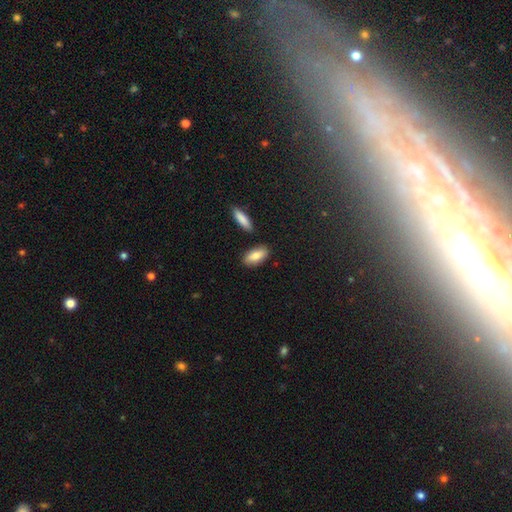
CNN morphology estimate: The model was most divided on "smooth or featured": smooth: 81%, featured or disk: 13%, star or artifact: 6%. More confident: how rounded — in between (84%); merging — none (82%).